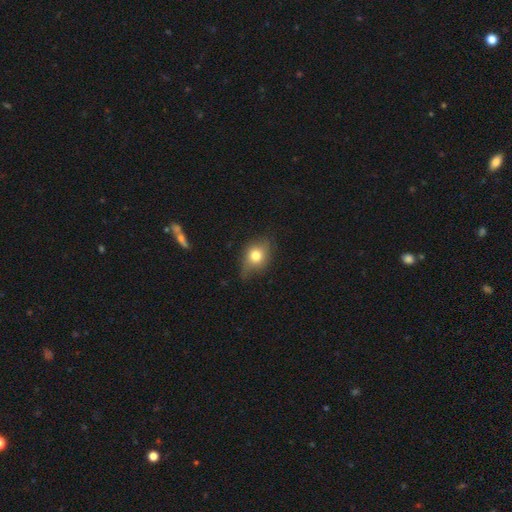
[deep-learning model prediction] smooth 72%, featured or disk 18%, star or artifact 10%. Down the decision tree: how rounded — in between (55%); merging — none (62%).